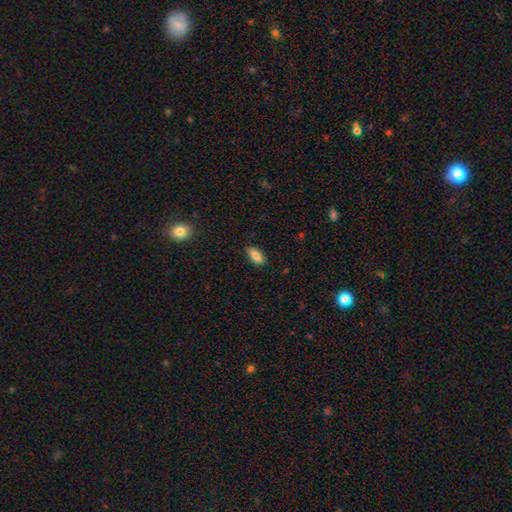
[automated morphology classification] Overall: smooth (82%). How rounded: in between (86%). Merging: none (86%).